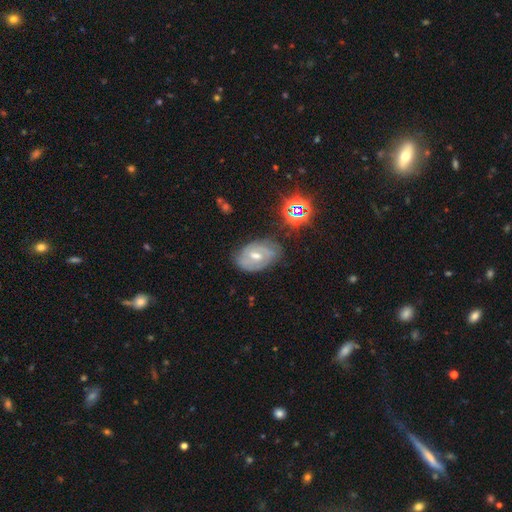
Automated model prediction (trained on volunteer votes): Smooth or featured? Predicted: featured or disk (p=0.66). Edge-on disk? Predicted: no (p=0.95). Bar? Predicted: weak (p=0.50). Spiral arms? Predicted: yes (p=0.78). Bulge size? Predicted: moderate (p=0.66). Merging? Predicted: none (p=0.71).